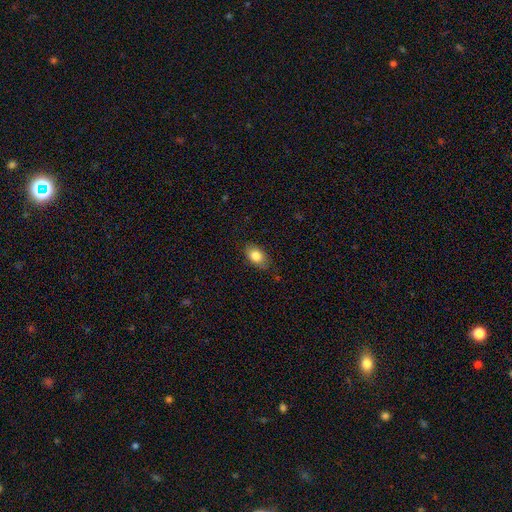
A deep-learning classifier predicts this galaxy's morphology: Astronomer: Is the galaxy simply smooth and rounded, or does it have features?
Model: smooth — 83%.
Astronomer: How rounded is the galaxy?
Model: in between — 88%.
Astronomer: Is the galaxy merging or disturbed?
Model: none — 82%.